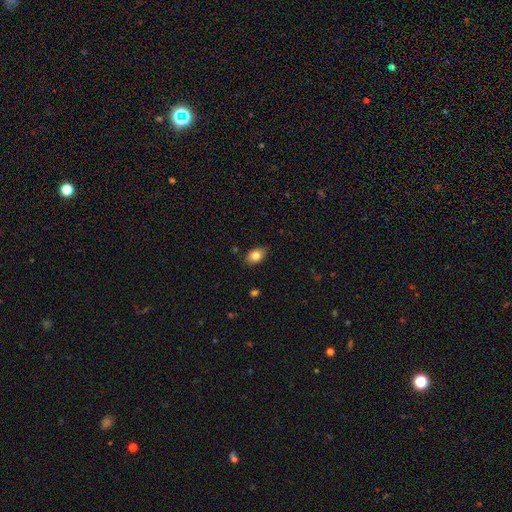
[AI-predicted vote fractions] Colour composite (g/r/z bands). It shows a smooth galaxy with no disk features (82%) that is in between round and cigar-shaped (85%). Merging: none (84%).